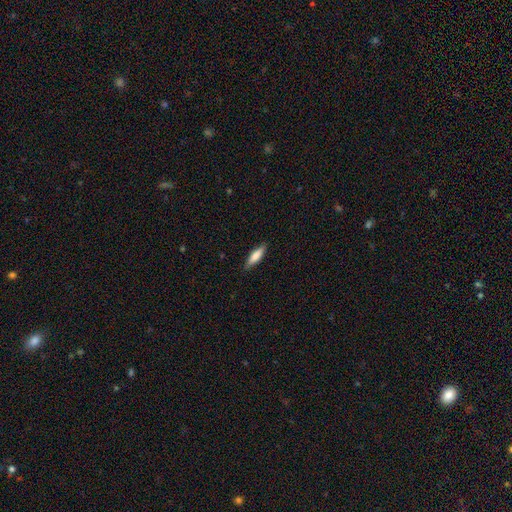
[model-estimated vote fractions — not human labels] The model was most divided on "how rounded": cigar-shaped: 62%, in between: 36%, round: 2%. More confident: merging — none (85%); smooth or featured — smooth (73%).